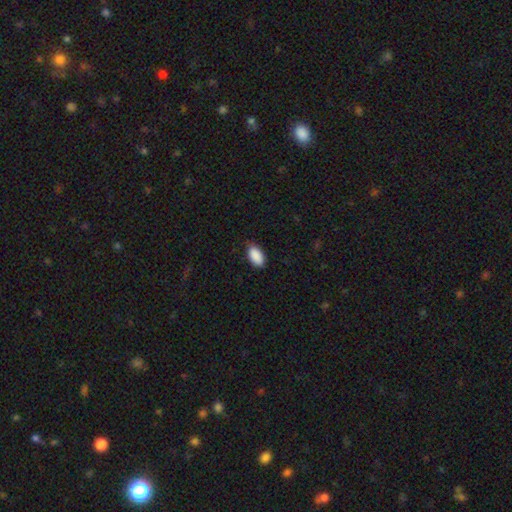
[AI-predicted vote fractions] This appears to be a smooth galaxy with no disk features (90%) that is in between round and cigar-shaped (94%). Merging: none (81%).